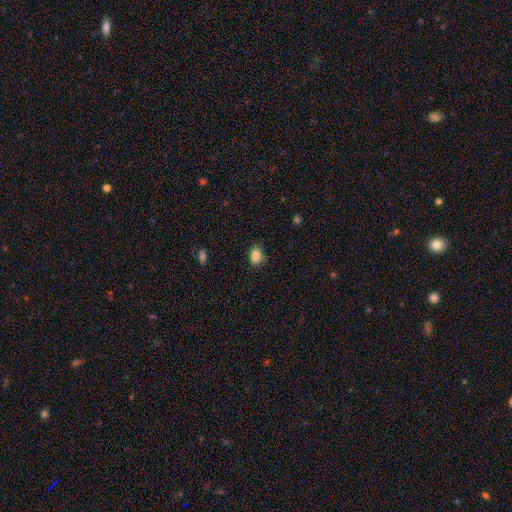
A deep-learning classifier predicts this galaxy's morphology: Smooth or featured? smooth (86%)
How rounded? in between (76%)
Merging? none (82%)